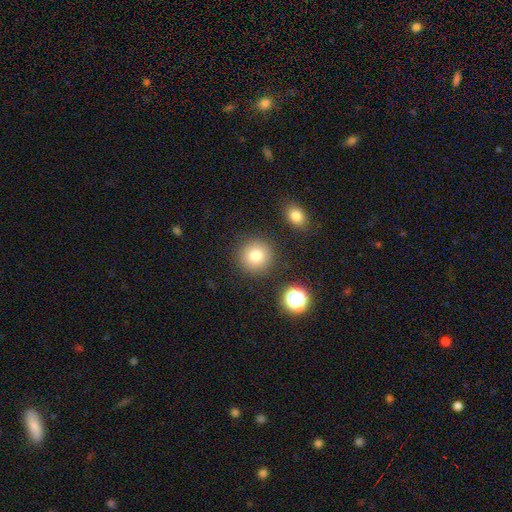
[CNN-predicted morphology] smooth_or_featured: smooth (p=0.80) [alt: star or artifact p=0.11]
how_rounded: round (p=0.94) [alt: in between p=0.06]
merging: none (p=0.87) [alt: minor disturbance p=0.07]